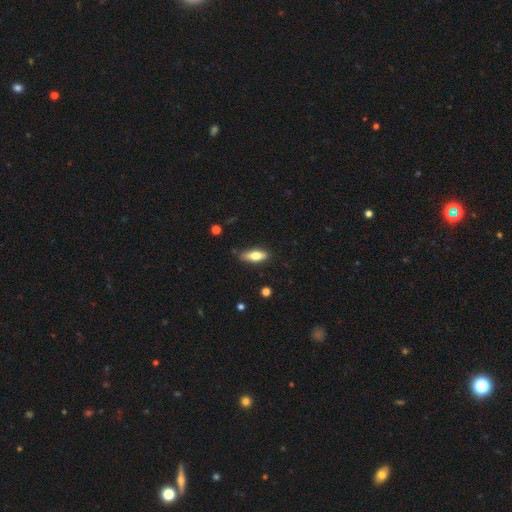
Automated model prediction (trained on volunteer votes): A smooth galaxy with no disk features (69%) that is in between round and cigar-shaped (65%). Merging: none (82%).